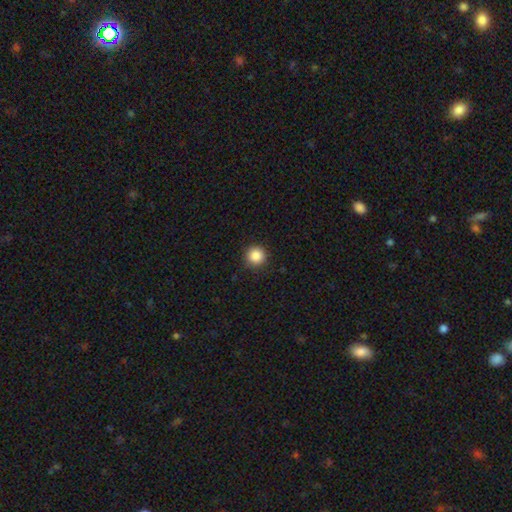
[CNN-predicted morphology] Smooth or featured?
  - smooth: 87% *
  - star or artifact: 10%
  - featured or disk: 3%
How rounded?
  - round: 96% *
  - in between: 3%
  - cigar-shaped: 1%
Merging?
  - none: 91% *
  - minor disturbance: 6%
  - major disturbance: 2%
  - merger: 1%